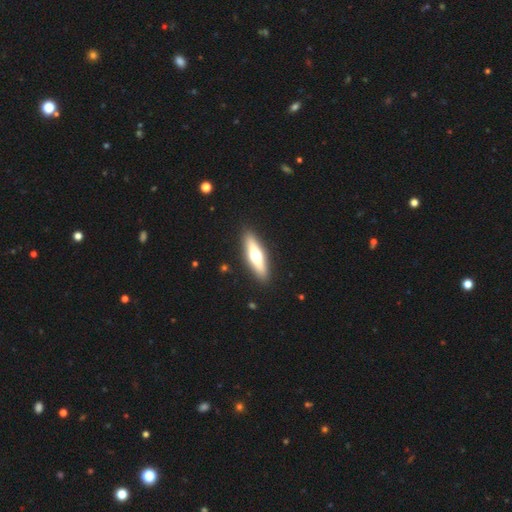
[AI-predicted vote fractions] This appears to be a featured or disk galaxy (52%) viewed edge-on (90%). Merging: none (91%).